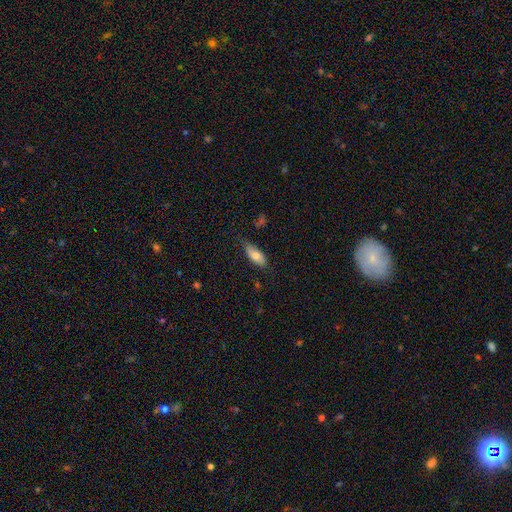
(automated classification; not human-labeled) smooth 78%, featured or disk 15%, star or artifact 7%. Down the decision tree: how rounded — in between (80%); merging — none (67%).